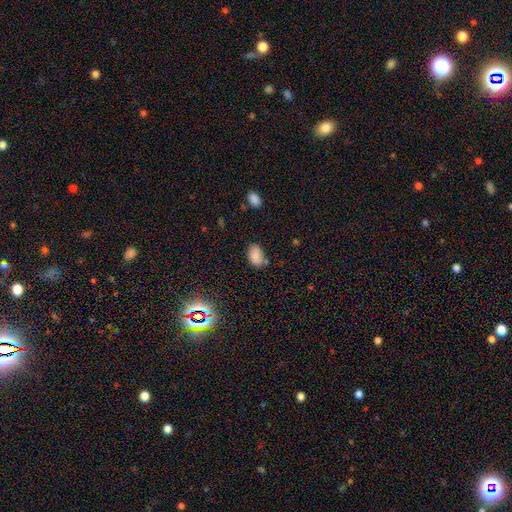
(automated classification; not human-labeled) Q: Smooth or featured?
A: smooth (78%); runner-up: star or artifact (12%)
Q: How rounded?
A: in between (90%); runner-up: round (9%)
Q: Merging?
A: none (71%); runner-up: minor disturbance (20%)